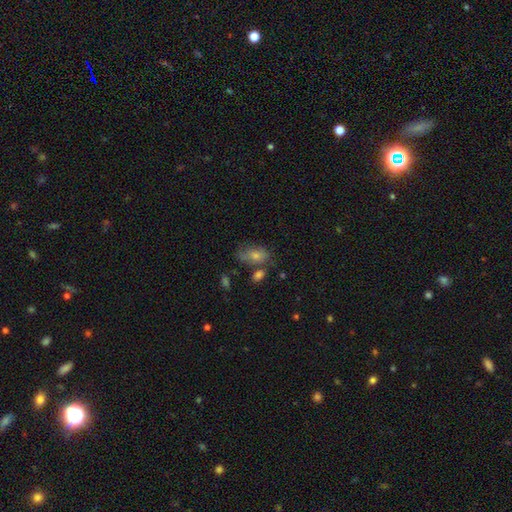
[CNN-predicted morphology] The model was most divided on "merging": none: 55%, minor disturbance: 21%, merger: 15%, major disturbance: 9%. More confident: how rounded — in between (83%); smooth or featured — smooth (60%).